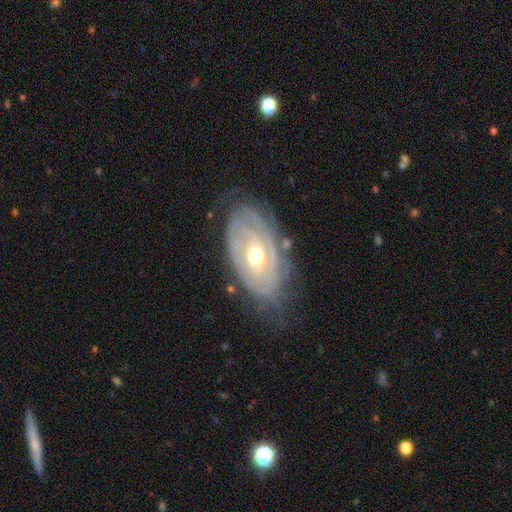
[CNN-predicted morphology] A featured or disk galaxy (82%) with no bar (52%), tight (75%) spiral arms (84%) and a moderate central bulge (70%).

Vote fractions:
- Smooth or featured? featured or disk: 82% / smooth: 13% / star or artifact: 5%
- Edge-on disk? no: 93% / yes: 7%
- Bar? no: 52% / weak: 35% / strong: 13%
- Spiral arms? yes: 84% / no: 16%
- Spiral winding? tight: 75% / medium: 19% / loose: 6%
- Spiral arm count? can't tell: 47% / 2: 27% / 3: 11% / 4: 5% / 1: 5% / more than 4: 4%
- Bulge size? moderate: 70% / small: 23% / large: 4% / dominant: 1% / none: 1%
- Merging? none: 66% / minor disturbance: 23% / major disturbance: 9% / merger: 2%